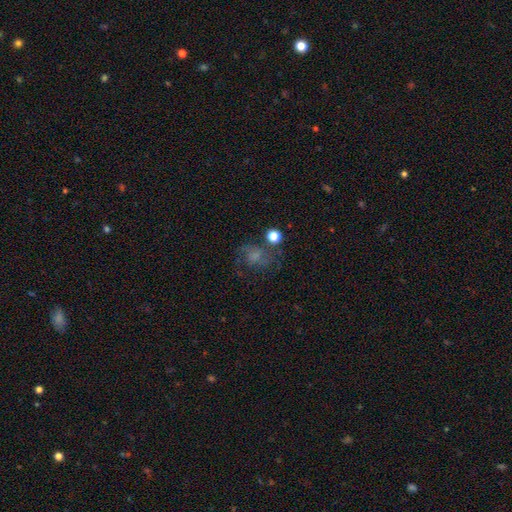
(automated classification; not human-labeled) Smooth or featured? Predicted: featured or disk (p=0.41). Merging? Predicted: none (p=0.51).